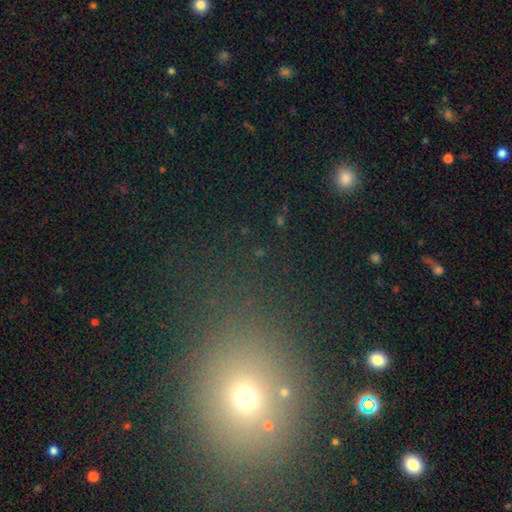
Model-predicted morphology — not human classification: Overall: star or artifact (44%; smooth 43%).